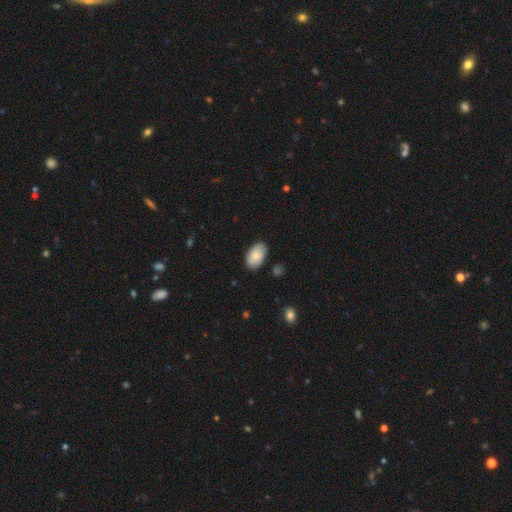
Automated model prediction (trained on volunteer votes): smooth-or-featured: smooth: 83% | featured or disk: 11% | star or artifact: 6%
  how-rounded: in between: 93% | round: 5% | cigar-shaped: 1%
  merging: none: 83% | minor disturbance: 13% | major disturbance: 2% | merger: 2%